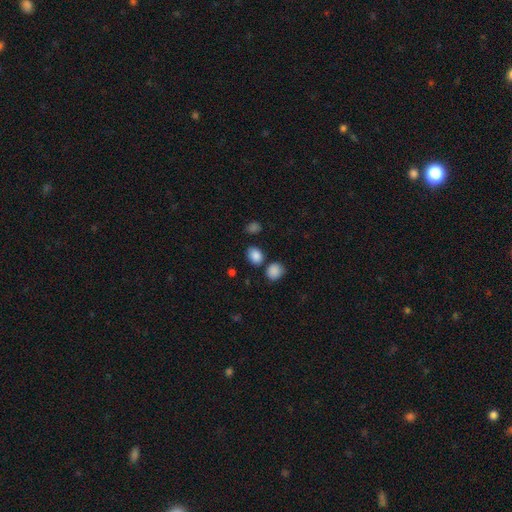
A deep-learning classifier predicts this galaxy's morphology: Smooth or featured?
  - smooth: 86% *
  - star or artifact: 10%
  - featured or disk: 4%
How rounded?
  - in between: 60% *
  - round: 39%
  - cigar-shaped: 1%
Merging?
  - none: 73% *
  - minor disturbance: 13%
  - merger: 11%
  - major disturbance: 3%